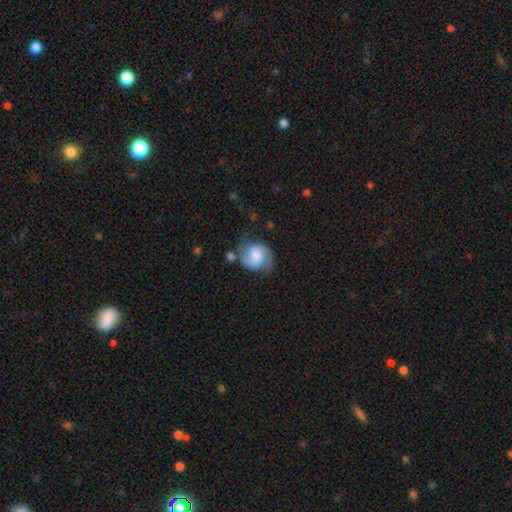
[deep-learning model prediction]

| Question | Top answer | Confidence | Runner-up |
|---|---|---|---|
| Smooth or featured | featured or disk | 71% | smooth (22%) |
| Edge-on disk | no | 98% | yes (2%) |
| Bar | no | 58% | weak (35%) |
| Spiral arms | yes | 95% | no (5%) |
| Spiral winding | medium | 49% | tight (30%) |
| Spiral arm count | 2 | 90% | can't tell (4%) |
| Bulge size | moderate | 41% | small (23%) |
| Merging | none | 66% | minor disturbance (21%) |